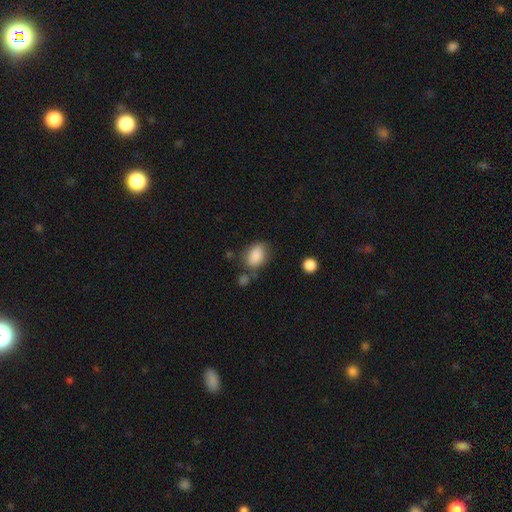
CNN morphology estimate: This is clearly a smooth galaxy (87%). How rounded: likely in between (79%). Merging: likely none (66%).